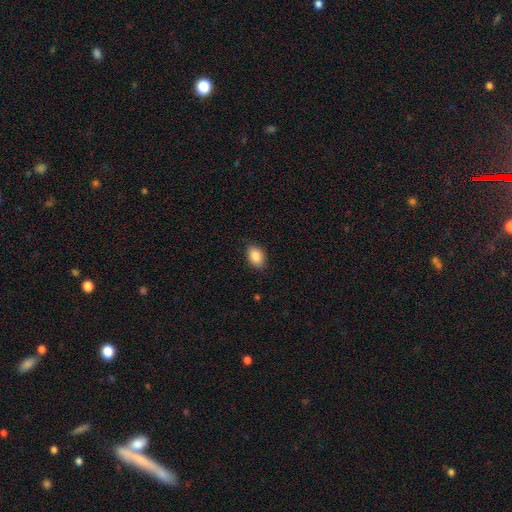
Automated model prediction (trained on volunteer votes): A smooth galaxy with no disk features (87%) that is in between round and cigar-shaped (84%). Merging: none (87%).